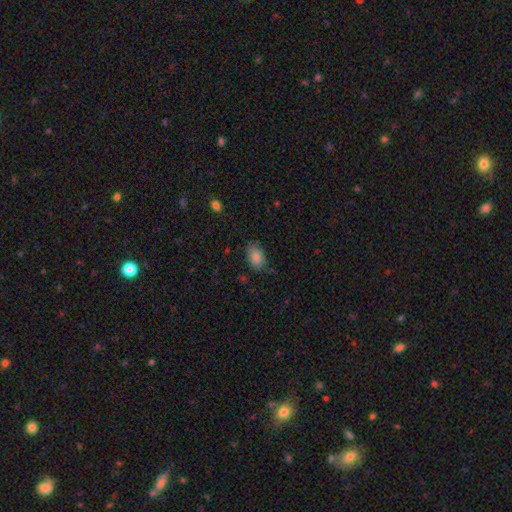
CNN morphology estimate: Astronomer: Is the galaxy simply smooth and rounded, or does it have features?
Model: smooth — 85%.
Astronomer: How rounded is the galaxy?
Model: in between — 91%.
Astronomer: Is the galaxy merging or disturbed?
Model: none — 80%.